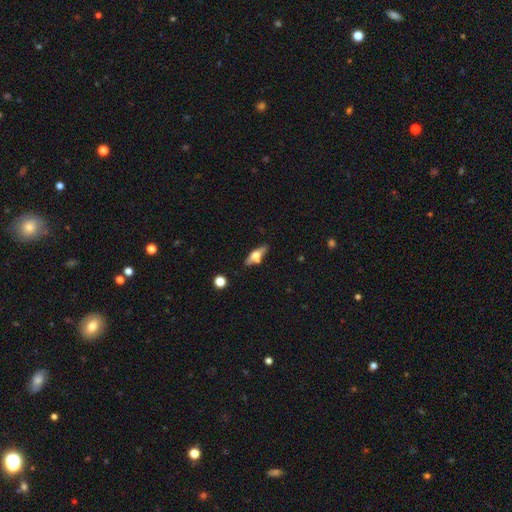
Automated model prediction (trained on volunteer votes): Smooth or featured: featured or disk — 50% (smooth — 43%)
Edge-on disk: yes — 83% (no — 17%)
Merging: none — 68% (minor disturbance — 17%)